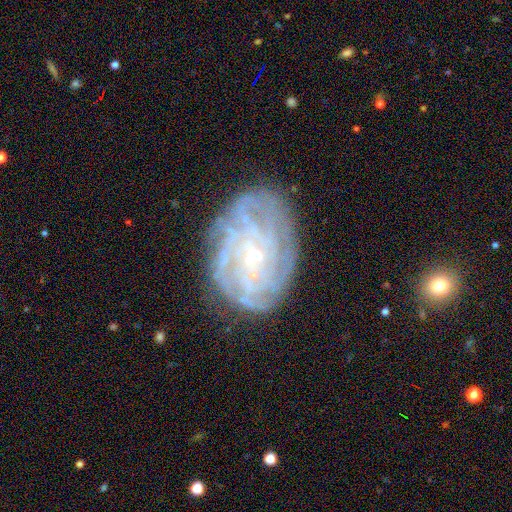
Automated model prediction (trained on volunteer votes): Smooth or featured?
  - featured or disk: 81% *
  - smooth: 10%
  - star or artifact: 9%
Edge-on disk?
  - no: 96% *
  - yes: 4%
Bar?
  - no: 69% *
  - weak: 24%
  - strong: 7%
Spiral arms?
  - yes: 90% *
  - no: 10%
Spiral winding?
  - tight: 74% *
  - medium: 20%
  - loose: 6%
Spiral arm count?
  - can't tell: 41% *
  - more than 4: 19%
  - 4: 15%
  - 3: 9%
  - 2: 9%
  - 1: 7%
Bulge size?
  - small: 77% *
  - moderate: 19%
  - none: 2%
  - large: 1%
  - dominant: 1%
Merging?
  - none: 75% *
  - minor disturbance: 16%
  - major disturbance: 7%
  - merger: 2%